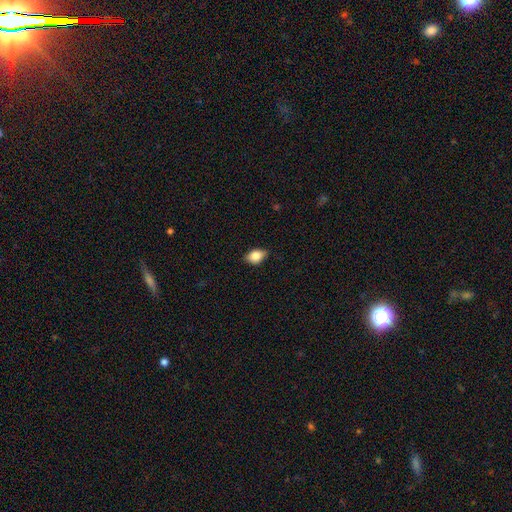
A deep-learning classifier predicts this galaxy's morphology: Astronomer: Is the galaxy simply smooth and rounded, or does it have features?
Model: smooth — 80%.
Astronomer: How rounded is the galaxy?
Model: in between — 81%.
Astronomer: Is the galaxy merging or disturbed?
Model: none — 80%.